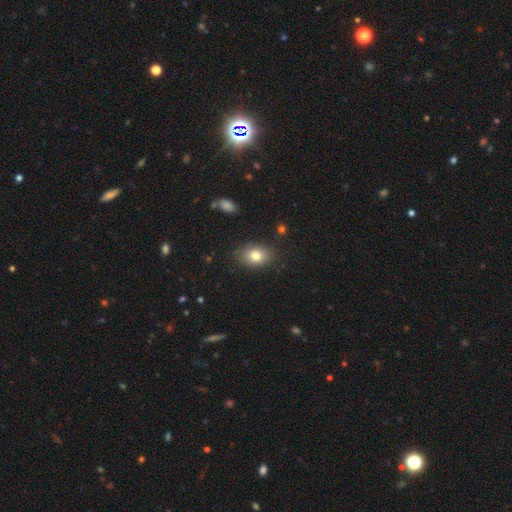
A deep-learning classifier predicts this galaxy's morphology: Smooth or featured? Predicted: smooth (p=0.79). How rounded? Predicted: in between (p=0.78). Merging? Predicted: none (p=0.84).